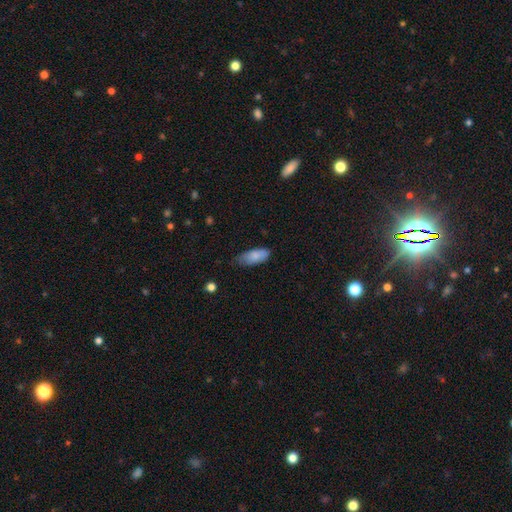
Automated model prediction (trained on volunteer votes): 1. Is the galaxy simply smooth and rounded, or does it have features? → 84% smooth, 9% featured or disk, 6% star or artifact.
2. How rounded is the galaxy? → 84% in between, 14% cigar-shaped, 2% round.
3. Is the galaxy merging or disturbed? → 62% none, 31% minor disturbance, 5% major disturbance, 2% merger.